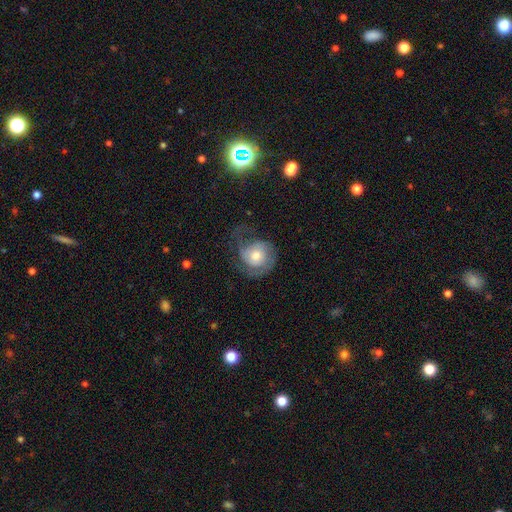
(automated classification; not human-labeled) This appears to be a featured or disk galaxy (54%) with no bar (78%), spiral arms (83%) and a moderate central bulge (61%). Merging: none (41%).